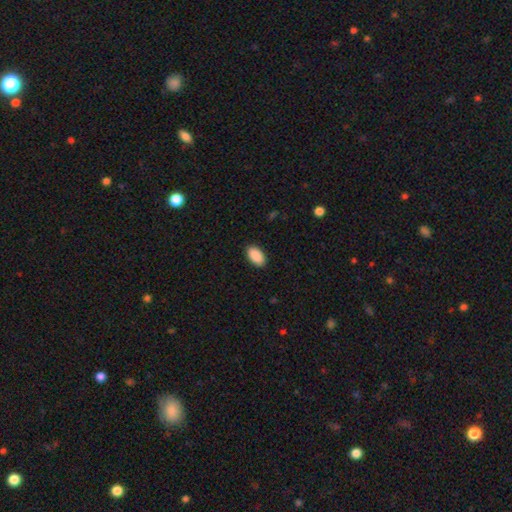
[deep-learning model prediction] smooth_or_featured: smooth (p=0.91) [alt: star or artifact p=0.06]
how_rounded: in between (p=0.95) [alt: round p=0.04]
merging: none (p=0.90) [alt: minor disturbance p=0.08]